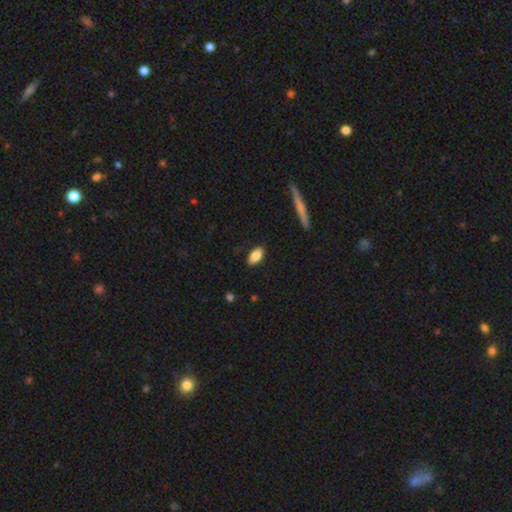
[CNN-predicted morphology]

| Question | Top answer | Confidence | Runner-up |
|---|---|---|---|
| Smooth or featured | smooth | 86% | star or artifact (7%) |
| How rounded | in between | 90% | cigar-shaped (7%) |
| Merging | none | 87% | minor disturbance (10%) |